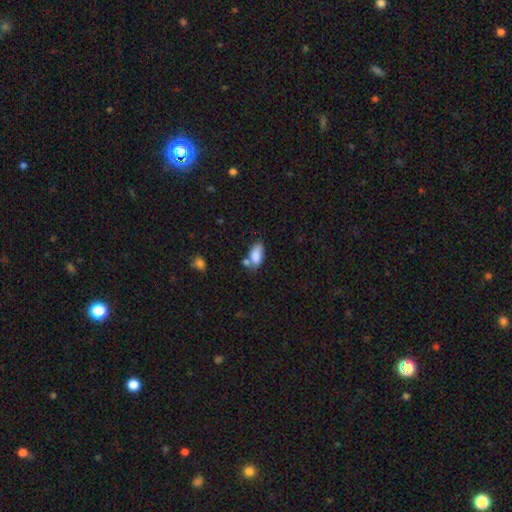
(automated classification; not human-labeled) A smooth galaxy with no disk features (83%) that is in between round and cigar-shaped (90%).

Vote fractions:
- Smooth or featured? smooth: 83% / featured or disk: 8% / star or artifact: 8%
- How rounded? in between: 90% / cigar-shaped: 6% / round: 4%
- Merging? none: 48% / merger: 23% / minor disturbance: 22% / major disturbance: 7%